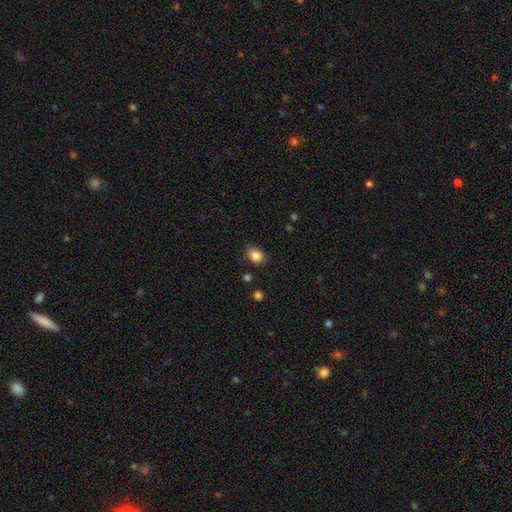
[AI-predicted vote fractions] Smooth or featured: smooth — 85% (star or artifact — 9%)
How rounded: in between — 62% (round — 37%)
Merging: none — 78% (minor disturbance — 17%)